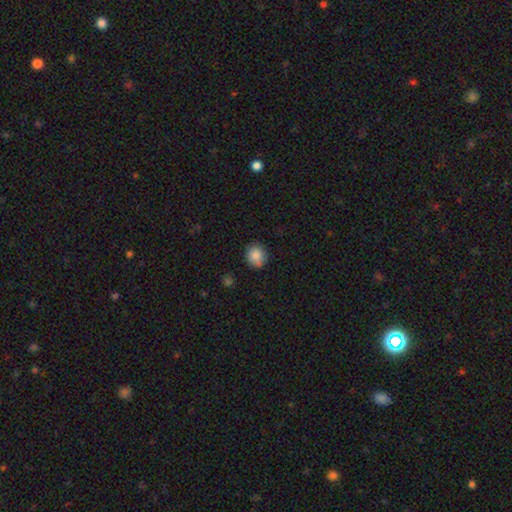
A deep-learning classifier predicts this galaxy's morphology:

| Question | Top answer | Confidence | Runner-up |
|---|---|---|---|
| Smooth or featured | smooth | 85% | star or artifact (8%) |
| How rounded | round | 81% | in between (19%) |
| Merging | none | 81% | minor disturbance (15%) |